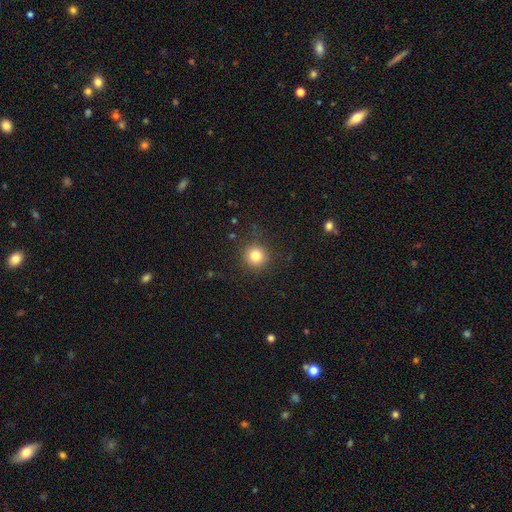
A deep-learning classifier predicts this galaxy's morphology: Smooth or featured? Predicted: smooth (p=0.81). How rounded? Predicted: round (p=0.94). Merging? Predicted: none (p=0.89).